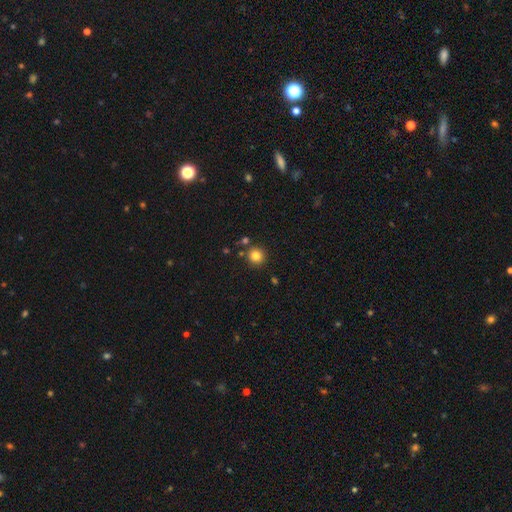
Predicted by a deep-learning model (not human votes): Smooth or featured: smooth — 82% (star or artifact — 12%)
How rounded: round — 93% (in between — 6%)
Merging: none — 84% (minor disturbance — 7%)